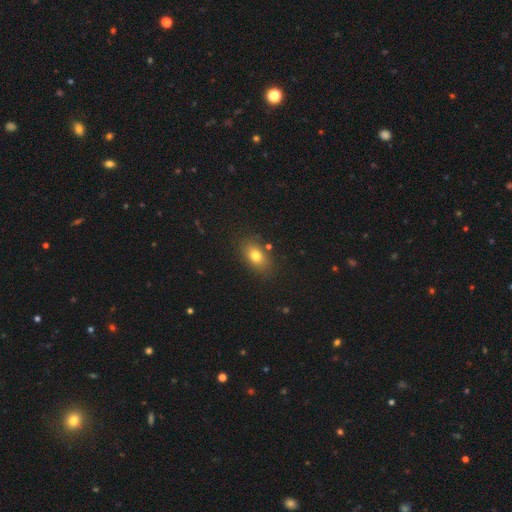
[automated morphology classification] A smooth galaxy with no disk features (77%) that is in between round and cigar-shaped (79%). Merging: none (82%).